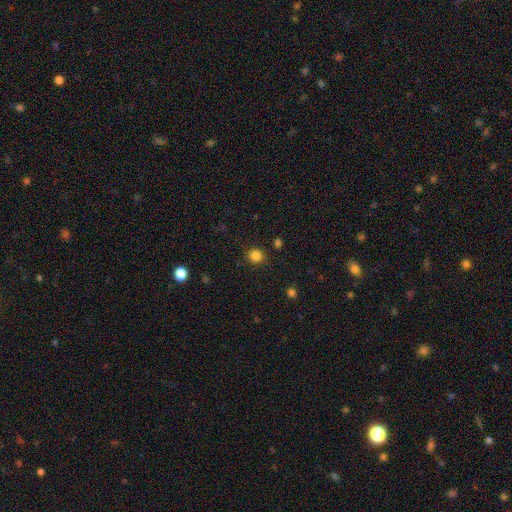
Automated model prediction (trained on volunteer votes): Smooth or featured? smooth (84%)
How rounded? round (90%)
Merging? none (89%)